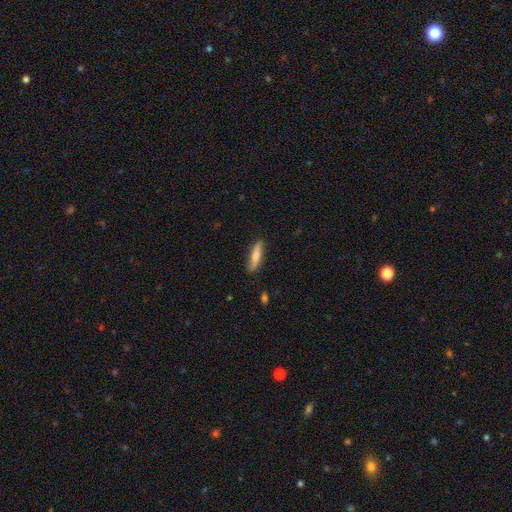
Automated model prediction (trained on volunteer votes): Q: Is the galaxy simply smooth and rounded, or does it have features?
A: smooth — 57%.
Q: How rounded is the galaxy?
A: cigar-shaped — 74%.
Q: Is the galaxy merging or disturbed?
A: none — 83%.